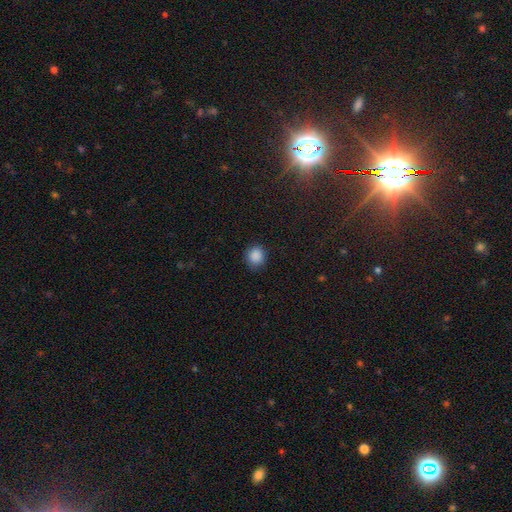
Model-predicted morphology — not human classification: This is clearly a smooth galaxy (88%). How rounded: clearly round (81%). Merging: clearly none (86%).